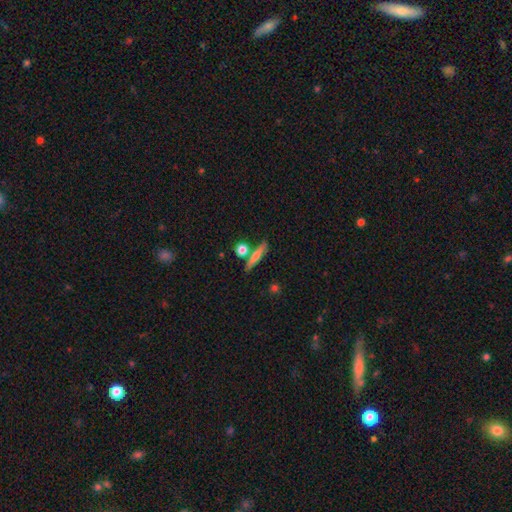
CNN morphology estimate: Smooth or featured? Predicted: smooth (p=0.57). How rounded? Predicted: cigar-shaped (p=0.74). Merging? Predicted: none (p=0.73).